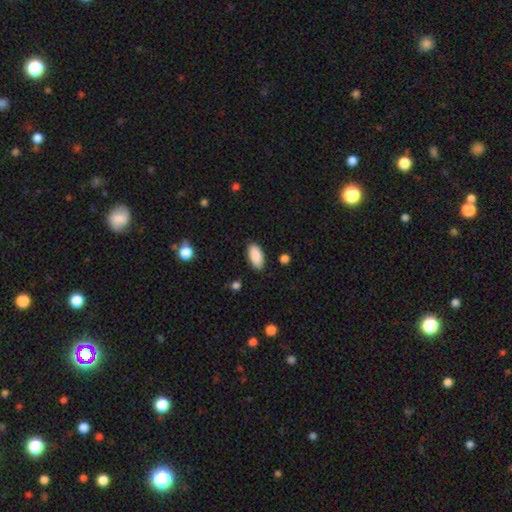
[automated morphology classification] The model was most divided on "merging": none: 88%, minor disturbance: 9%, major disturbance: 2%, merger: 1%. More confident: how rounded — in between (91%); smooth or featured — smooth (90%).